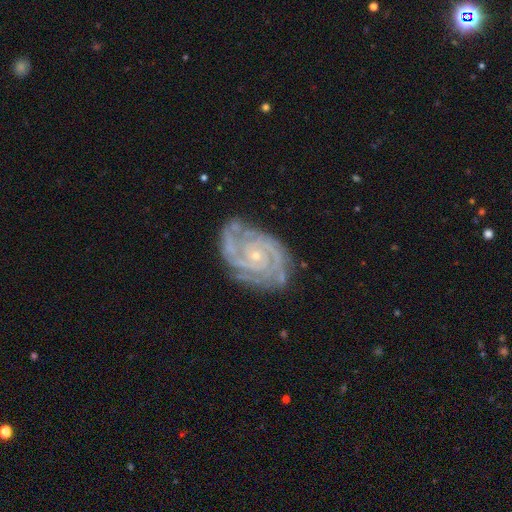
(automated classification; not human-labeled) The model was most divided on "spiral arm count": 2: 34%, 3: 26%, 4: 14%, can't tell: 14%, more than 4: 6%, 1: 6%. More confident: spiral arms — yes (98%); edge-on disk — no (97%); smooth or featured — featured or disk (90%); bulge size — small (83%); bar — no (73%); merging — none (71%); spiral winding — tight (70%).